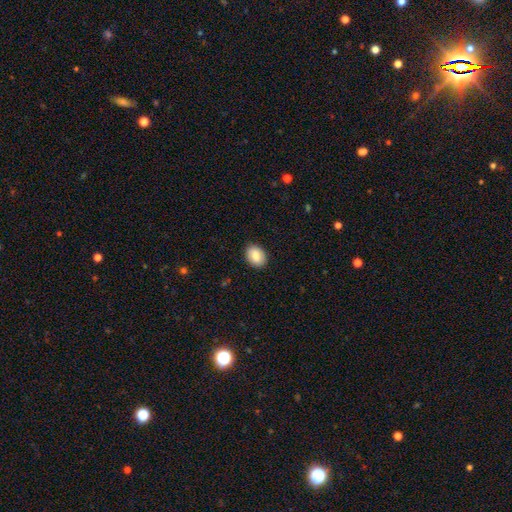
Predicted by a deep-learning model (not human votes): A smooth galaxy with no disk features (84%) that is in between round and cigar-shaped (68%). Merging: none (89%).